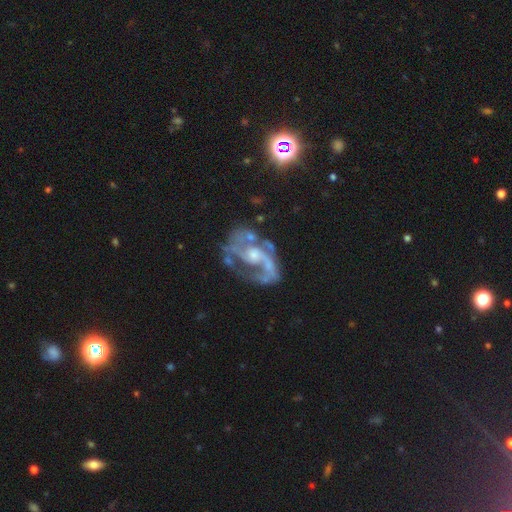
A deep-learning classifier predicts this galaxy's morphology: Overall: featured or disk (87%). Edge-on disk: no (98%). Bar: no (53%; weak 36%). Spiral arms: yes (90%). Spiral arm count: 2 (69%). Spiral winding: medium (51%; loose 25%). Bulge size: moderate (45%; small 40%). Merging: none (51%; major disturbance 22%).